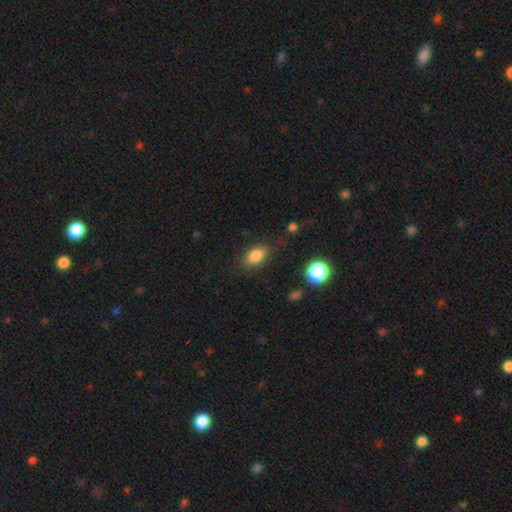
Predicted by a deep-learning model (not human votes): Smooth or featured?
  - smooth: 84% *
  - star or artifact: 10%
  - featured or disk: 7%
How rounded?
  - in between: 85% *
  - round: 12%
  - cigar-shaped: 2%
Merging?
  - none: 79% *
  - minor disturbance: 14%
  - major disturbance: 5%
  - merger: 2%